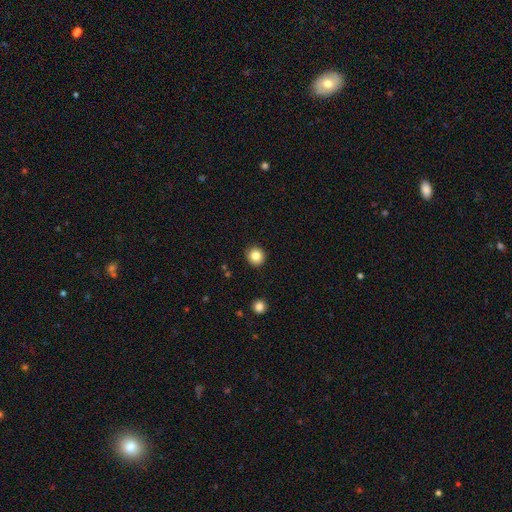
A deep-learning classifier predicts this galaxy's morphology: Smooth or featured? smooth (83%)
How rounded? round (91%)
Merging? none (91%)